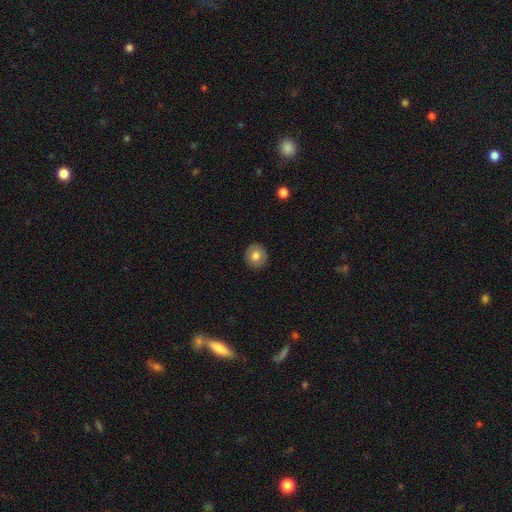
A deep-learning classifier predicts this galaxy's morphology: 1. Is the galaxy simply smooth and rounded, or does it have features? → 77% smooth, 15% featured or disk, 8% star or artifact.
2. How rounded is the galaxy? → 91% round, 8% in between, 1% cigar-shaped.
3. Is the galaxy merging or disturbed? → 91% none, 6% minor disturbance, 2% major disturbance, 1% merger.